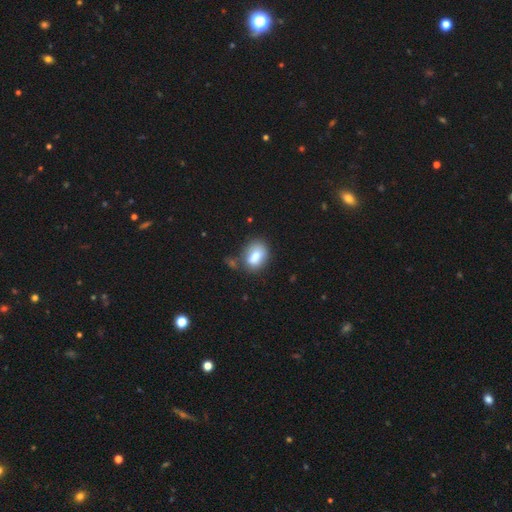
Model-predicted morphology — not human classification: The model was most divided on "merging": none: 59%, minor disturbance: 22%, merger: 12%, major disturbance: 8%. More confident: smooth or featured — smooth (80%); how rounded — in between (72%).